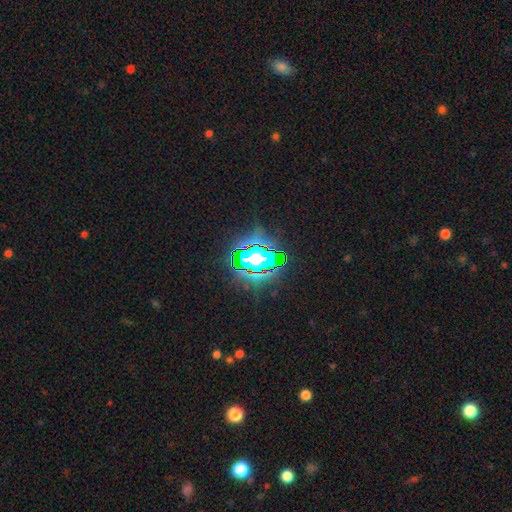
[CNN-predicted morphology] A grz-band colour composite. It shows a star or artifact, not a galaxy (81%).